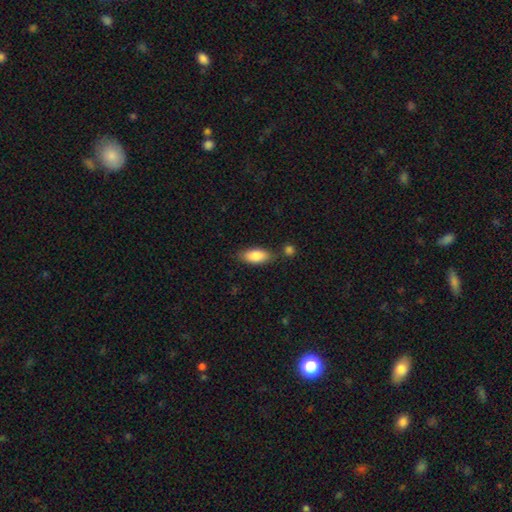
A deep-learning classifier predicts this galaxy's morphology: Smooth or featured? Predicted: smooth (p=0.86). How rounded? Predicted: in between (p=0.87). Merging? Predicted: none (p=0.74).